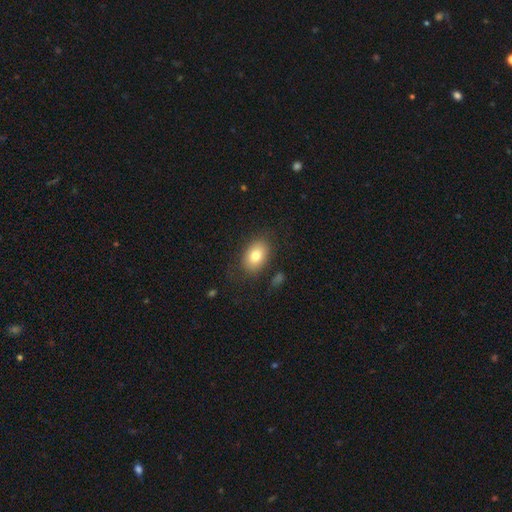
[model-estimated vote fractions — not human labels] The model was most divided on "smooth or featured": smooth: 79%, featured or disk: 13%, star or artifact: 8%. More confident: how rounded — in between (84%); merging — none (81%).